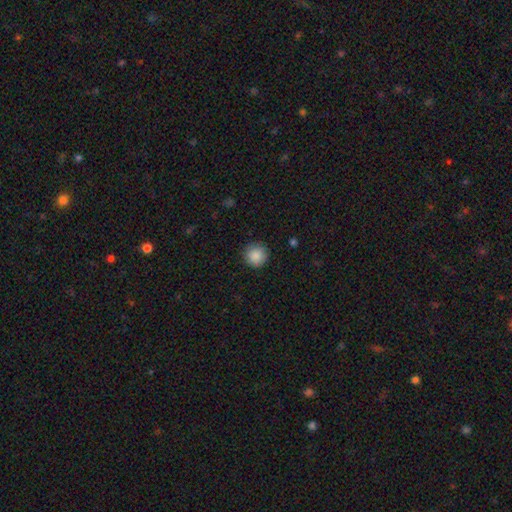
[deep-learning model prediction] The model was most divided on "smooth or featured": smooth: 88%, star or artifact: 9%, featured or disk: 4%. More confident: how rounded — round (95%); merging — none (90%).